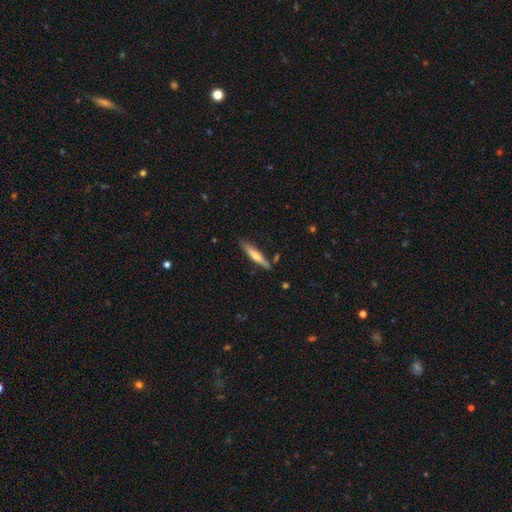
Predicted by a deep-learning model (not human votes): smooth 57%, featured or disk 37%, star or artifact 6%. Down the decision tree: how rounded — cigar-shaped (89%); merging — none (83%).